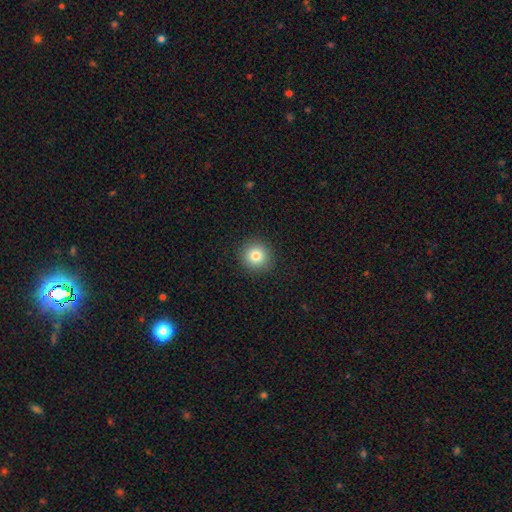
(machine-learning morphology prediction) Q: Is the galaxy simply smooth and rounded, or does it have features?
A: smooth — 82%.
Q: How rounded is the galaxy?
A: round — 93%.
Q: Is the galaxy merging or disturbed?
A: none — 92%.